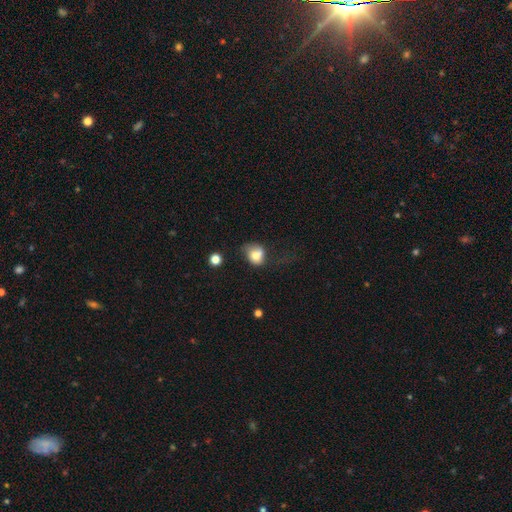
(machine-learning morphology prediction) Overall: smooth (74%). How rounded: round (56%; in between 43%). Merging: none (35%; minor disturbance 29%).